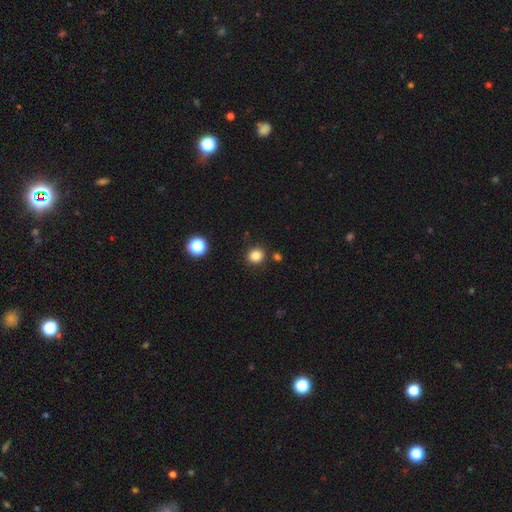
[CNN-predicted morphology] A smooth galaxy with no disk features (83%) that is round (85%).

Vote fractions:
- Smooth or featured? smooth: 83% / star or artifact: 12% / featured or disk: 4%
- How rounded? round: 85% / in between: 14% / cigar-shaped: 1%
- Merging? none: 86% / minor disturbance: 8% / merger: 4% / major disturbance: 3%